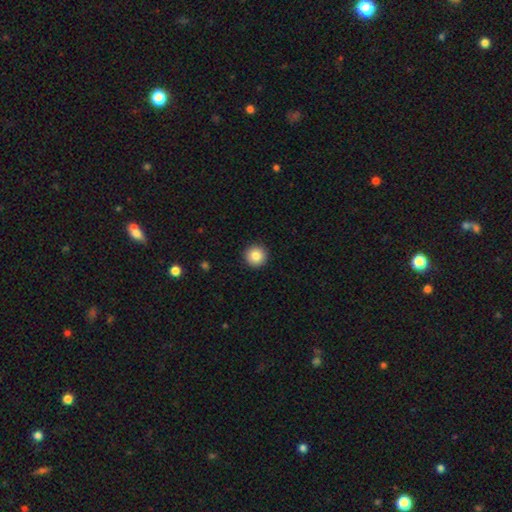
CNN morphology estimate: Smooth or featured: smooth — 85% (star or artifact — 9%)
How rounded: round — 96% (in between — 3%)
Merging: none — 93% (minor disturbance — 5%)